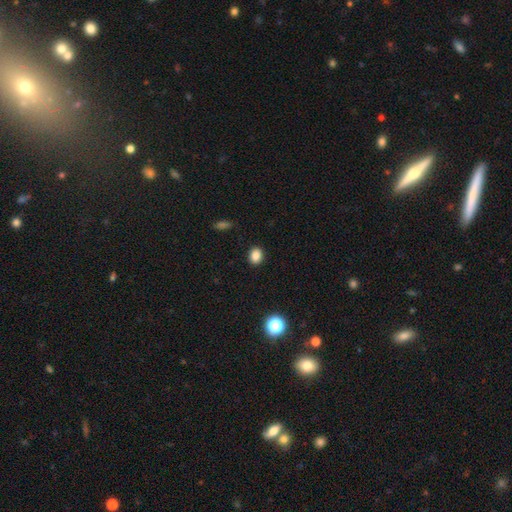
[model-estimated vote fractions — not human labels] Morphology: type=smooth (85%); roundness=in between (51%); merging=none (90%).